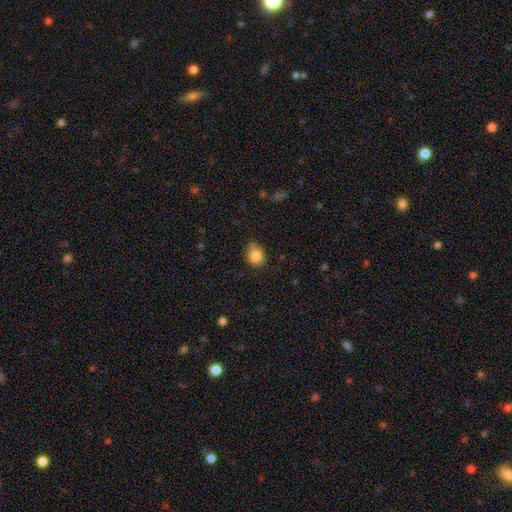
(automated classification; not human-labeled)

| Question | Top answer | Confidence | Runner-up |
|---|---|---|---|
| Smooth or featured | smooth | 83% | star or artifact (10%) |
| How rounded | round | 67% | in between (33%) |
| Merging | none | 69% | minor disturbance (24%) |